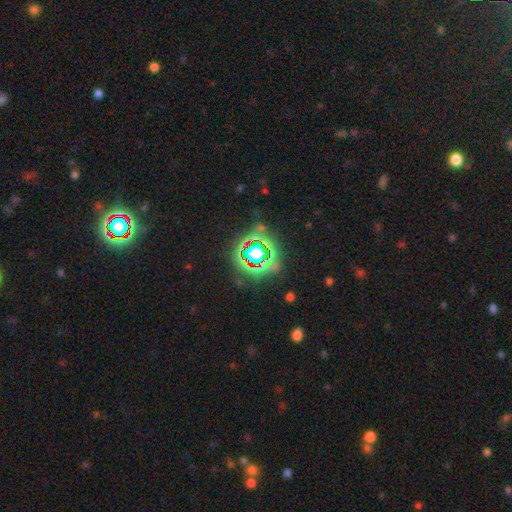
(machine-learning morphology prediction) Smooth or featured? star or artifact (80%)